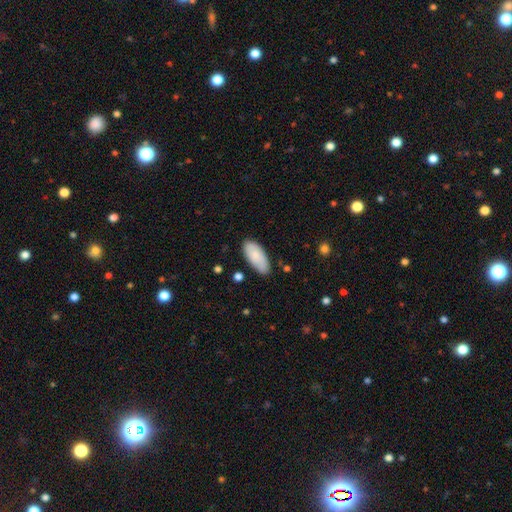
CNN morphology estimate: smooth_or_featured: smooth (p=0.84) [alt: featured or disk p=0.11]
how_rounded: in between (p=0.89) [alt: cigar-shaped p=0.09]
merging: none (p=0.80) [alt: minor disturbance p=0.15]